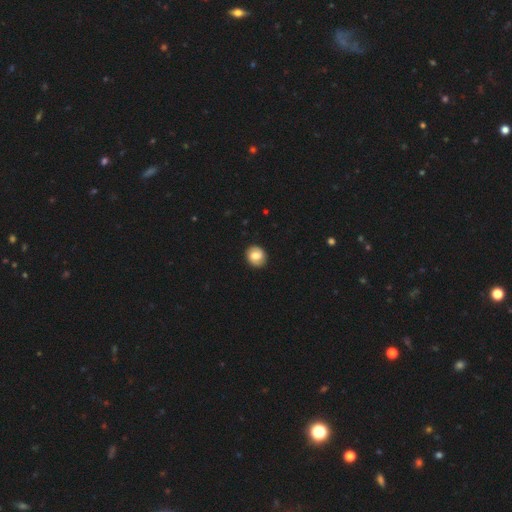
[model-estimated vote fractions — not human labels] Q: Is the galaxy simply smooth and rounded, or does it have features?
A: smooth — 59%.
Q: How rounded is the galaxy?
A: round — 73%.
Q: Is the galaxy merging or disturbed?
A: none — 89%.